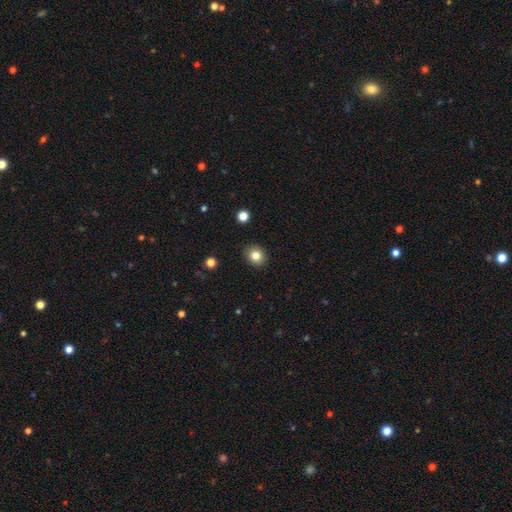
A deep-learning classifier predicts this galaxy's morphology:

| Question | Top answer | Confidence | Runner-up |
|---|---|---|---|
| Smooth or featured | smooth | 82% | star or artifact (11%) |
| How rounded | round | 71% | in between (28%) |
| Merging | none | 89% | minor disturbance (8%) |